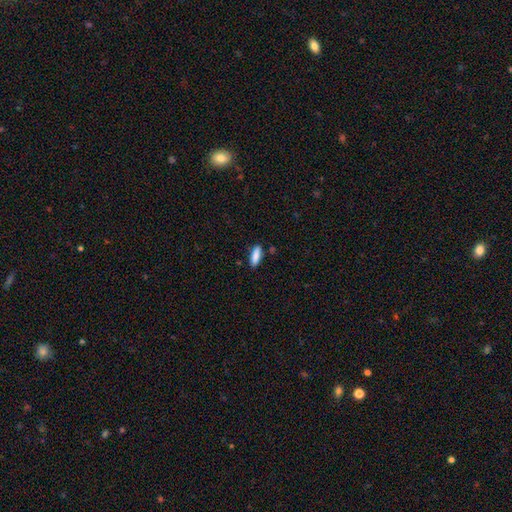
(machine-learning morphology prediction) A smooth galaxy with no disk features (88%) that is in between round and cigar-shaped (55%).

Vote fractions:
- Smooth or featured? smooth: 88% / star or artifact: 6% / featured or disk: 6%
- How rounded? in between: 55% / cigar-shaped: 44% / round: 2%
- Merging? none: 86% / minor disturbance: 10% / merger: 2% / major disturbance: 2%